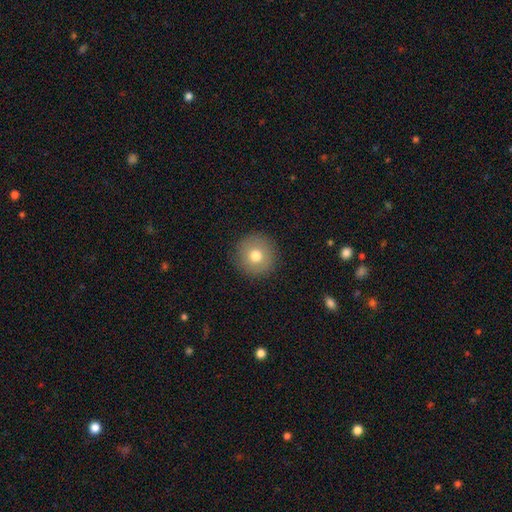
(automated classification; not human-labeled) This is likely a smooth galaxy (75%). How rounded: clearly round (95%). Merging: clearly none (90%).